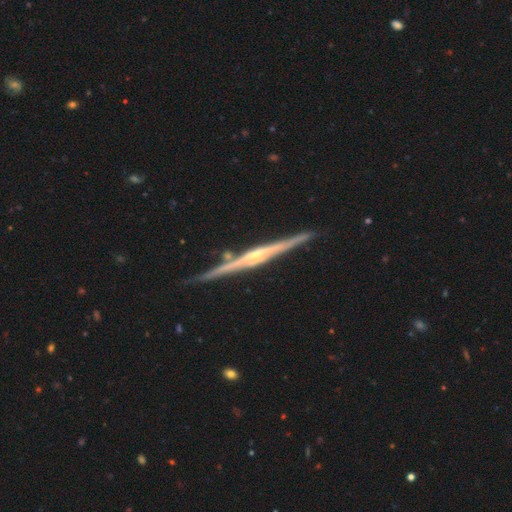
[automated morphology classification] This is clearly a featured or disk galaxy (87%). It is clearly viewed edge-on (98%). Edge-on bulge: likely rounded (65%). Merging: clearly none (87%).